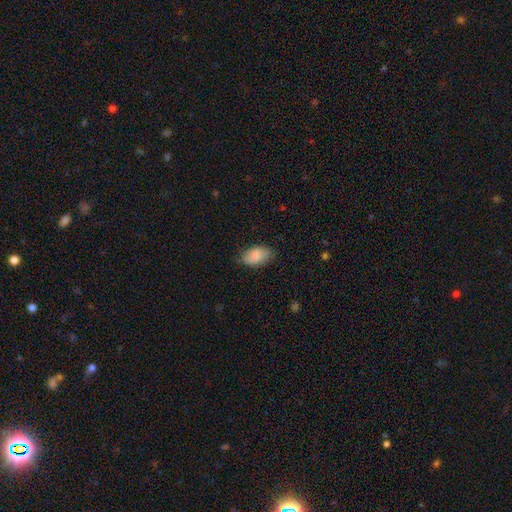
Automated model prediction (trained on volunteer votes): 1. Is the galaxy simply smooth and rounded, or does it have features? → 85% smooth, 9% featured or disk, 7% star or artifact.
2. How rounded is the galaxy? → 93% in between, 6% round, 2% cigar-shaped.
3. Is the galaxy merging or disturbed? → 72% none, 22% minor disturbance, 4% major disturbance, 1% merger.